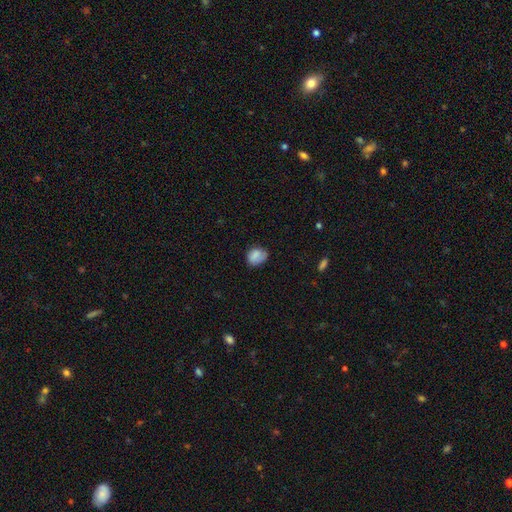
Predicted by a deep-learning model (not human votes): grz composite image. It shows a smooth galaxy with no disk features (80%) that is in between round and cigar-shaped (56%). Merging: none (59%).